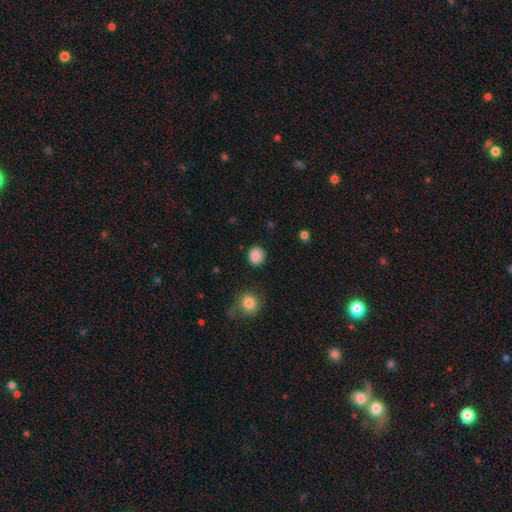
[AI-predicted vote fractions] This appears to be a smooth galaxy with no disk features (87%) that is round (83%). Merging: none (88%).